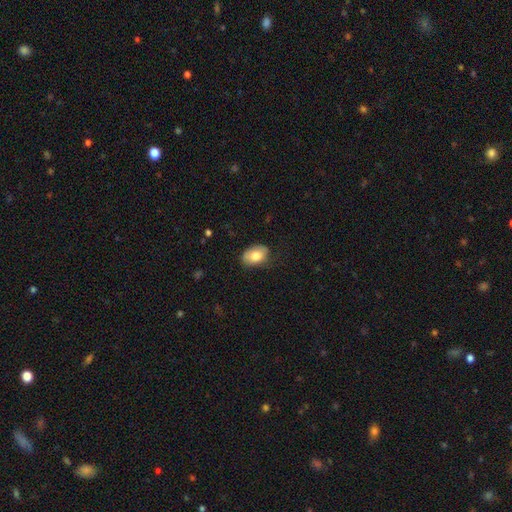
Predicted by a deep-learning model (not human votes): Smooth or featured: smooth — 77% (featured or disk — 16%)
How rounded: in between — 86% (round — 12%)
Merging: none — 70% (minor disturbance — 23%)